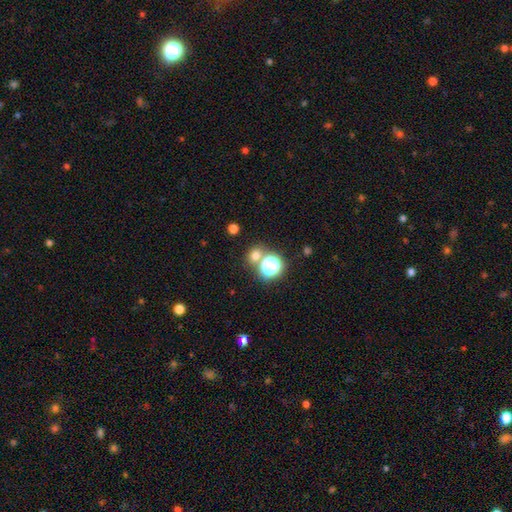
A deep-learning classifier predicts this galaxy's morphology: Smooth or featured?
  - smooth: 66% *
  - star or artifact: 27%
  - featured or disk: 7%
How rounded?
  - round: 79% *
  - in between: 20%
  - cigar-shaped: 1%
Merging?
  - none: 67% *
  - merger: 22%
  - minor disturbance: 7%
  - major disturbance: 4%